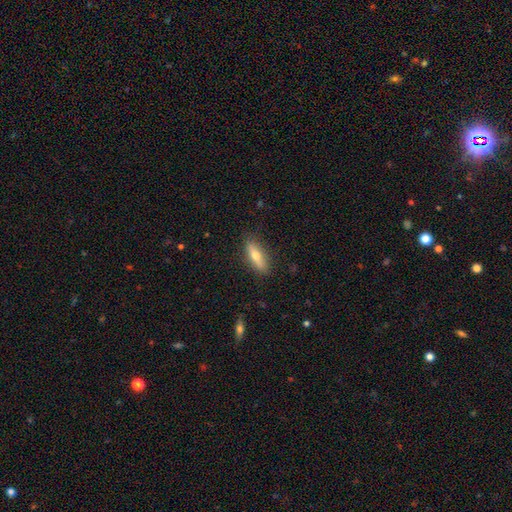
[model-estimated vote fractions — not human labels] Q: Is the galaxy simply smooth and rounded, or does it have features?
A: smooth — 57%.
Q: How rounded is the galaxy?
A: cigar-shaped — 52%.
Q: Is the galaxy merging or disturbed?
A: none — 86%.